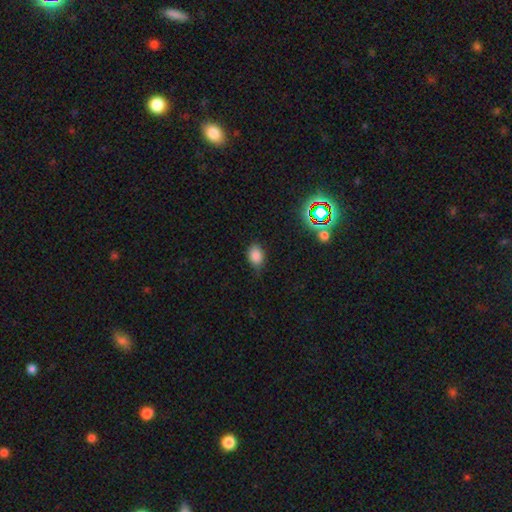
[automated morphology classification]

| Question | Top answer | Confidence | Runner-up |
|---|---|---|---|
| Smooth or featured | smooth | 81% | star or artifact (13%) |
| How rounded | in between | 72% | round (26%) |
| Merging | none | 72% | minor disturbance (23%) |